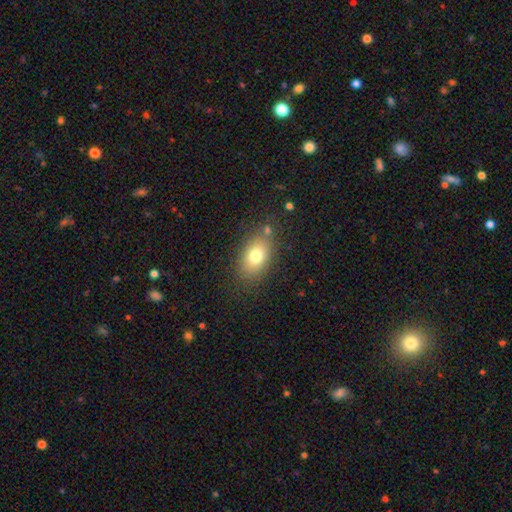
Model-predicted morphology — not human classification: Smooth or featured?
  - smooth: 76% *
  - featured or disk: 14%
  - star or artifact: 10%
How rounded?
  - in between: 84% *
  - round: 14%
  - cigar-shaped: 2%
Merging?
  - none: 78% *
  - minor disturbance: 13%
  - merger: 5%
  - major disturbance: 4%